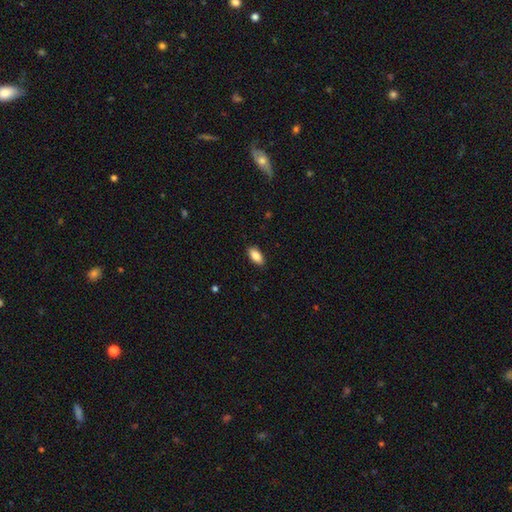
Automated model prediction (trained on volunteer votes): Smooth or featured: smooth — 87% (star or artifact — 7%)
How rounded: in between — 90% (cigar-shaped — 7%)
Merging: none — 88% (minor disturbance — 9%)